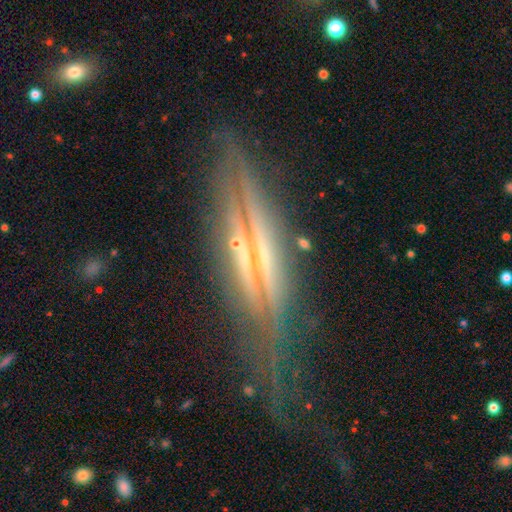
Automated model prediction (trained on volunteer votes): Overall: featured or disk (77%). Edge-on disk: yes (92%). Edge-on bulge: rounded (54%; none 30%). Merging: none (64%).